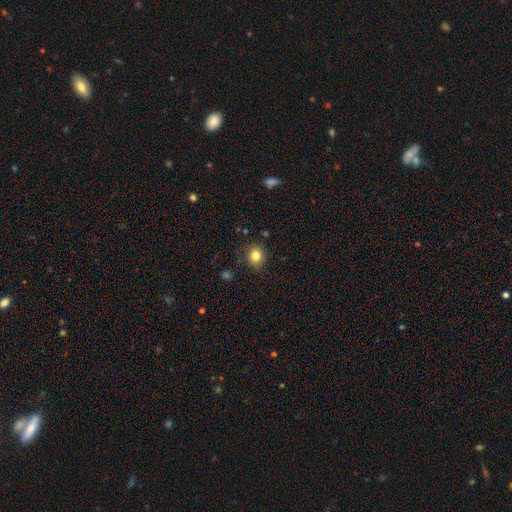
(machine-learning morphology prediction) The model was most divided on "how rounded": round: 74%, in between: 25%, cigar-shaped: 1%. More confident: merging — none (82%); smooth or featured — smooth (82%).